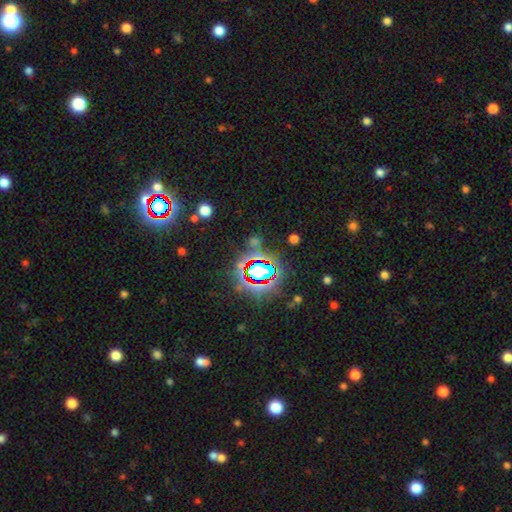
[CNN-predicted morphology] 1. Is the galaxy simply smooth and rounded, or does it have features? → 81% star or artifact, 11% smooth, 8% featured or disk.